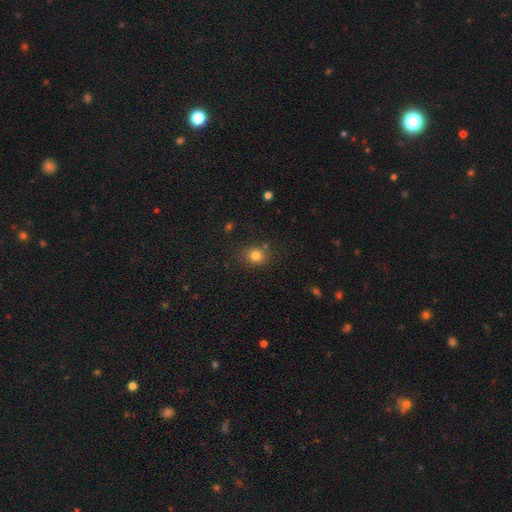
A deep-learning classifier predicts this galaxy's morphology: Smooth or featured?
  - smooth: 80% *
  - star or artifact: 14%
  - featured or disk: 6%
How rounded?
  - round: 75% *
  - in between: 24%
  - cigar-shaped: 1%
Merging?
  - none: 80% *
  - minor disturbance: 11%
  - merger: 5%
  - major disturbance: 3%